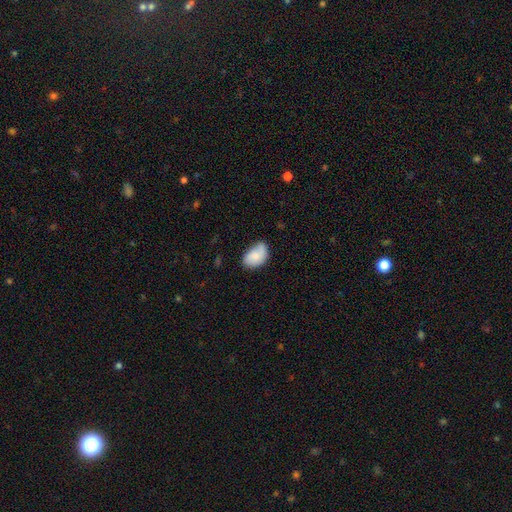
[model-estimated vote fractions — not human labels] Smooth or featured? smooth (73%)
How rounded? in between (89%)
Merging? none (51%)